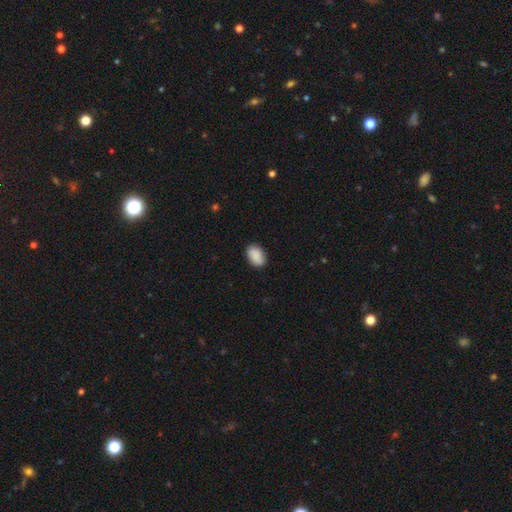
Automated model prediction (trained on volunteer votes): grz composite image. It shows a smooth galaxy with no disk features (84%) that is in between round and cigar-shaped (86%). Merging: none (81%).